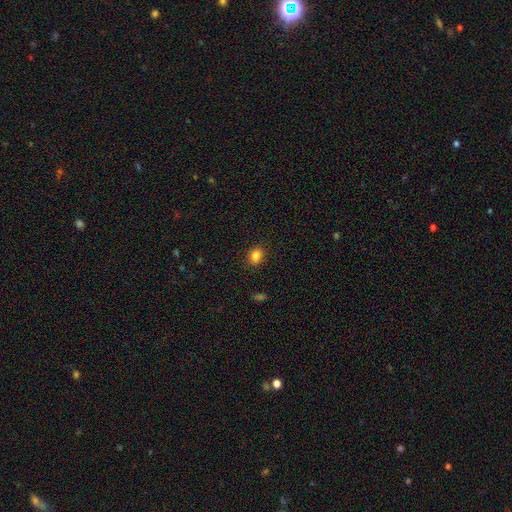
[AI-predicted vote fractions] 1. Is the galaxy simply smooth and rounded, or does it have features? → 84% smooth, 11% star or artifact, 5% featured or disk.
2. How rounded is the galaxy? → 53% in between, 46% round, 1% cigar-shaped.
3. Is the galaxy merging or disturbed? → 88% none, 9% minor disturbance, 2% major disturbance, 1% merger.